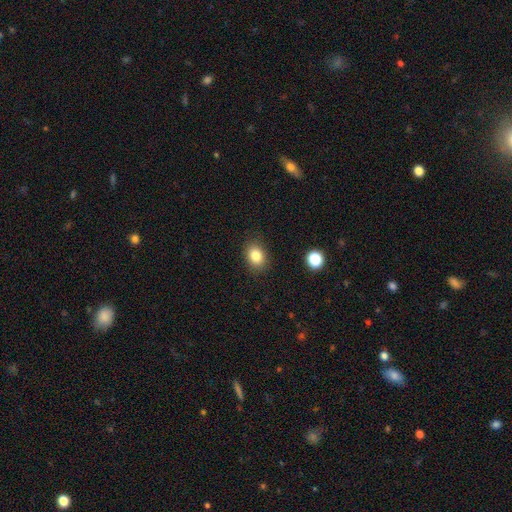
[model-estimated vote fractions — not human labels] Overall: smooth (84%). How rounded: in between (60%; round 39%). Merging: none (87%).